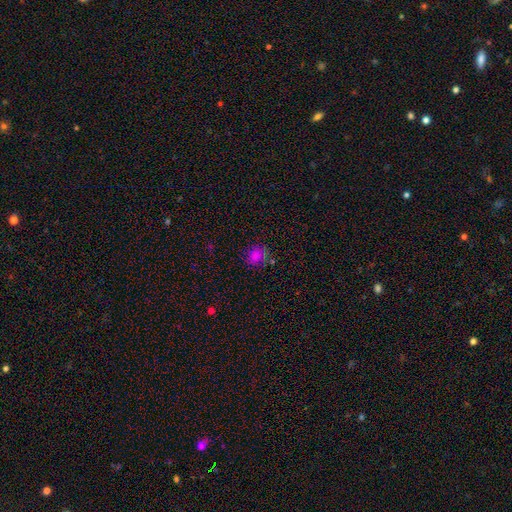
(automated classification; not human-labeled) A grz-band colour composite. It shows a smooth galaxy with no disk features (78%) that is round (76%). Merging: none (73%).